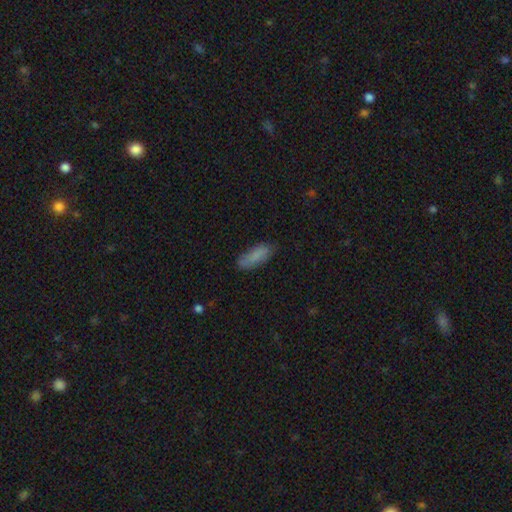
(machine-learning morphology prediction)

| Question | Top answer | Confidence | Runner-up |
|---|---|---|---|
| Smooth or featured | smooth | 83% | featured or disk (9%) |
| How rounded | in between | 65% | cigar-shaped (33%) |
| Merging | none | 74% | minor disturbance (20%) |